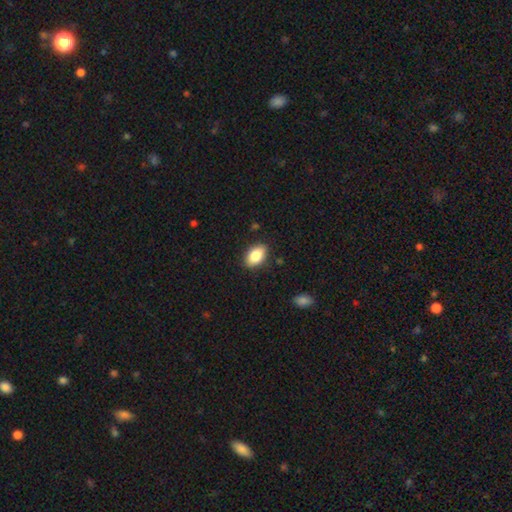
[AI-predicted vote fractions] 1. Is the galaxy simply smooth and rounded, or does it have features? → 85% smooth, 8% featured or disk, 7% star or artifact.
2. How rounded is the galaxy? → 91% in between, 7% round, 2% cigar-shaped.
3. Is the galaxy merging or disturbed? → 86% none, 11% minor disturbance, 2% major disturbance, 1% merger.